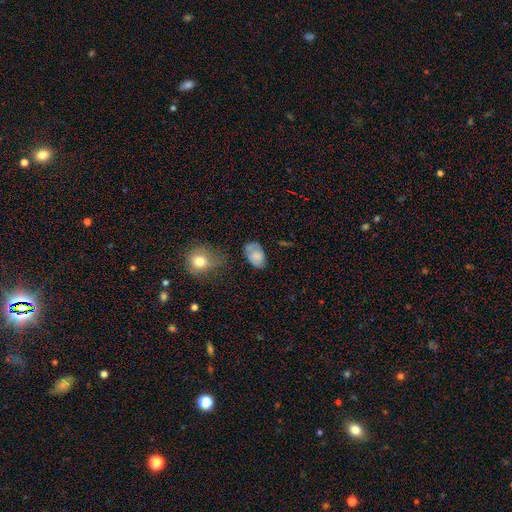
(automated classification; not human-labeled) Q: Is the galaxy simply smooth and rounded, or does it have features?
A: smooth — 66%.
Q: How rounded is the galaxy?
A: in between — 88%.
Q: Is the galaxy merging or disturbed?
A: none — 59%.